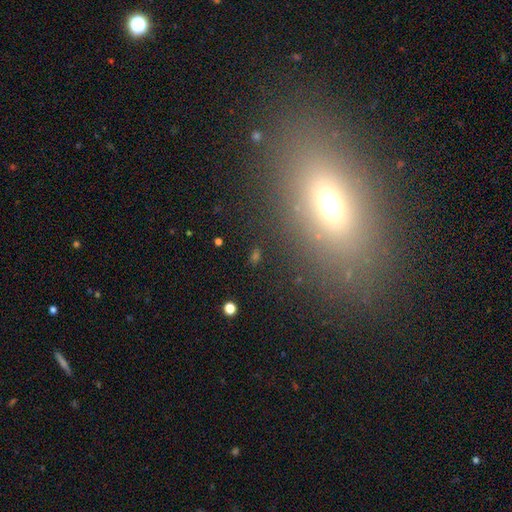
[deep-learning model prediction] Q: Smooth or featured?
A: smooth (44%); runner-up: star or artifact (37%)
Q: Merging?
A: none (81%); runner-up: minor disturbance (10%)